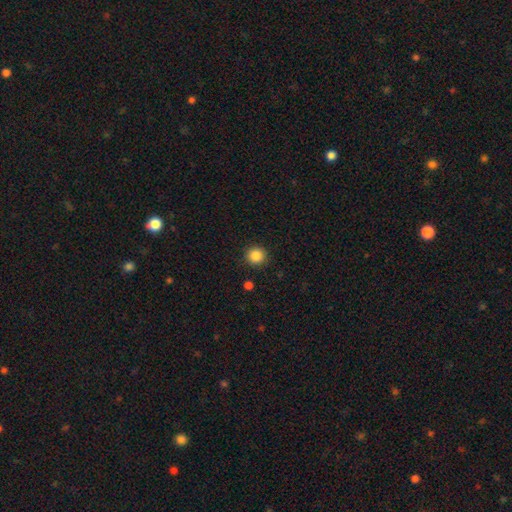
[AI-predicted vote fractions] smooth-or-featured: smooth: 86% | star or artifact: 10% | featured or disk: 3%
  how-rounded: round: 94% | in between: 5% | cigar-shaped: 1%
  merging: none: 91% | minor disturbance: 6% | major disturbance: 2% | merger: 1%